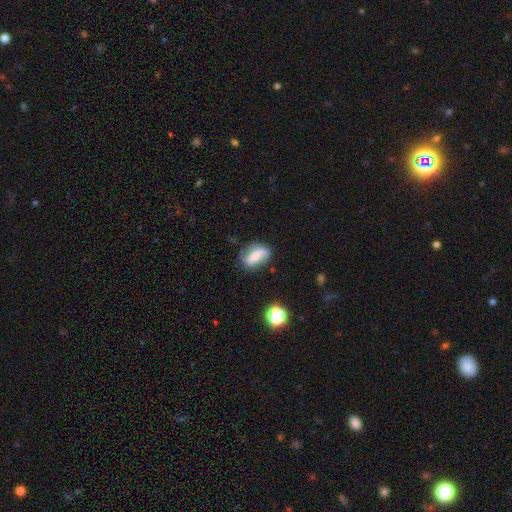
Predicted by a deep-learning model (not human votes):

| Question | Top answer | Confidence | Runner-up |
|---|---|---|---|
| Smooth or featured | smooth | 58% | featured or disk (32%) |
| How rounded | in between | 81% | cigar-shaped (10%) |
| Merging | none | 66% | minor disturbance (24%) |